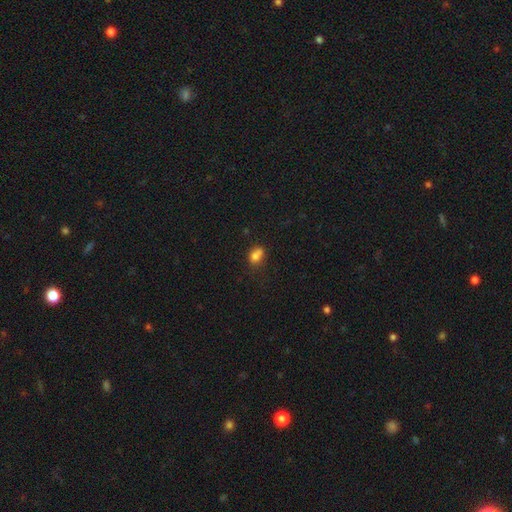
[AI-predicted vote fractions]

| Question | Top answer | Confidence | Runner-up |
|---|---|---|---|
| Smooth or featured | smooth | 76% | star or artifact (12%) |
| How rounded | in between | 54% | round (44%) |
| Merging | none | 39% | merger (34%) |